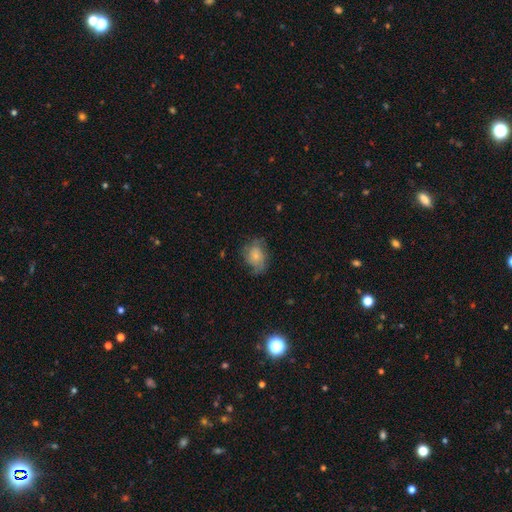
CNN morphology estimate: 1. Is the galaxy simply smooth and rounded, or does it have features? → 60% smooth, 31% featured or disk, 8% star or artifact.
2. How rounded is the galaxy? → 67% in between, 32% round, 1% cigar-shaped.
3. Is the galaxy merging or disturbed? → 56% none, 28% minor disturbance, 14% major disturbance, 1% merger.